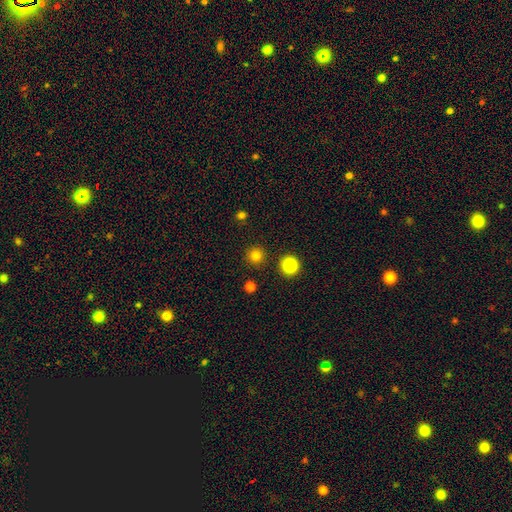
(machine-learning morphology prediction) This appears to be a smooth galaxy with no disk features (82%) that is round (95%). Merging: none (90%).